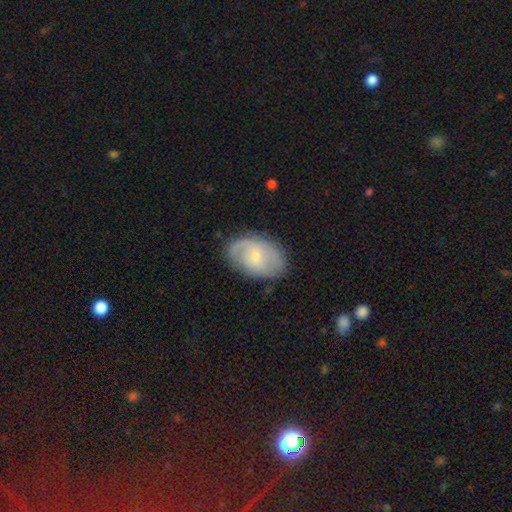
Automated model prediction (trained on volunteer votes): smooth_or_featured: featured or disk (p=0.63) [alt: smooth p=0.31]
disk_edge_on: no (p=0.96) [alt: yes p=0.04]
bar: no (p=0.48) [alt: weak p=0.46]
has_spiral_arms: yes (p=0.84) [alt: no p=0.16]
spiral_winding: medium (p=0.42) [alt: tight p=0.37]
spiral_arm_count: 2 (p=0.50) [alt: can't tell p=0.26]
bulge_size: small (p=0.60) [alt: moderate p=0.34]
merging: none (p=0.74) [alt: minor disturbance p=0.19]